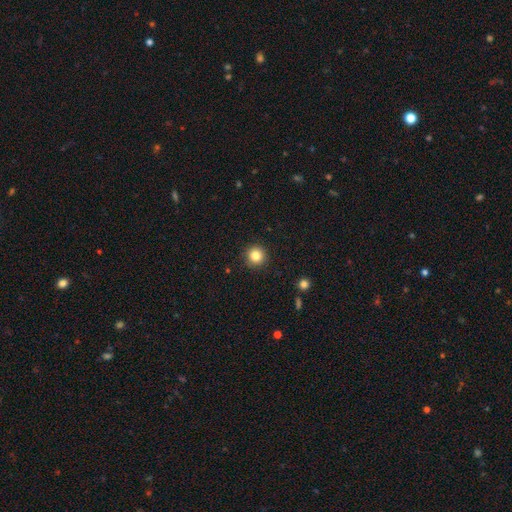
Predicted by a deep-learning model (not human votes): Morphology: type=smooth (83%); roundness=round (95%); merging=none (92%).